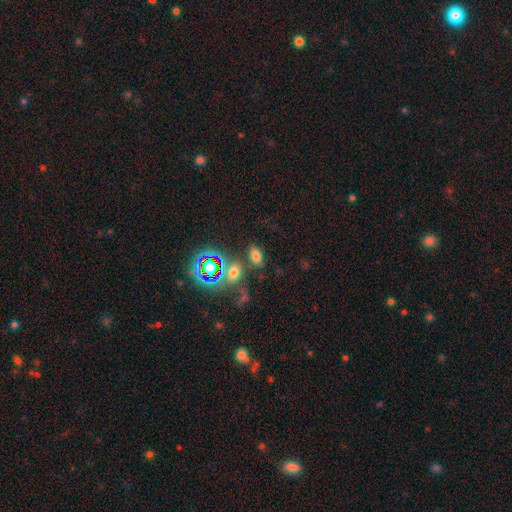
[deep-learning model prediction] smooth_or_featured: smooth (p=0.67) [alt: star or artifact p=0.23]
how_rounded: in between (p=0.85) [alt: round p=0.13]
merging: none (p=0.74) [alt: minor disturbance p=0.11]